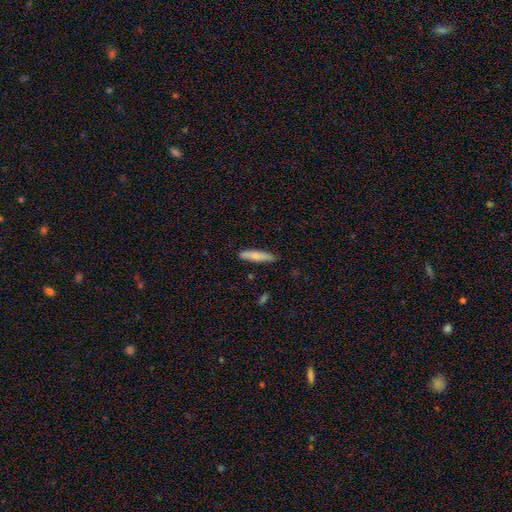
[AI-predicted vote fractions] Overall: smooth (78%). How rounded: cigar-shaped (86%). Merging: none (86%).